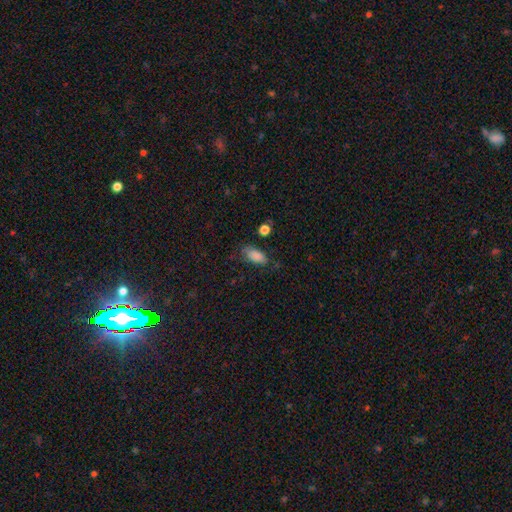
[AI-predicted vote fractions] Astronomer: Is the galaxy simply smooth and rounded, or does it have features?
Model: smooth — 85%.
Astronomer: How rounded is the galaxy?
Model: in between — 89%.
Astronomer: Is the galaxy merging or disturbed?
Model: none — 67%.